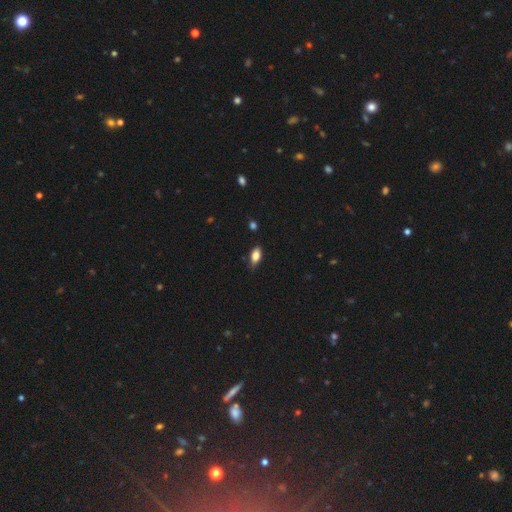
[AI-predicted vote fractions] A smooth galaxy with no disk features (80%) that is in between round and cigar-shaped (87%). Merging: none (71%).